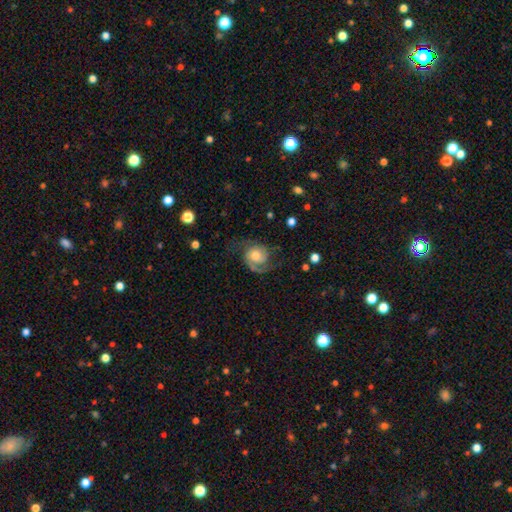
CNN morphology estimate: Smooth or featured? Predicted: featured or disk (p=0.79). Edge-on disk? Predicted: no (p=0.98). Bar? Predicted: no (p=0.72). Spiral arms? Predicted: yes (p=0.95). Spiral winding? Predicted: medium (p=0.47). Spiral arm count? Predicted: 2 (p=0.79). Bulge size? Predicted: moderate (p=0.55). Merging? Predicted: none (p=0.64).